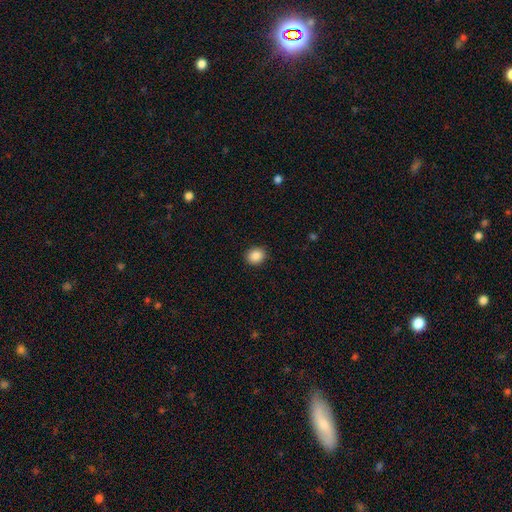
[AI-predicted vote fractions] Smooth or featured? Predicted: smooth (p=0.88). How rounded? Predicted: round (p=0.67). Merging? Predicted: none (p=0.91).